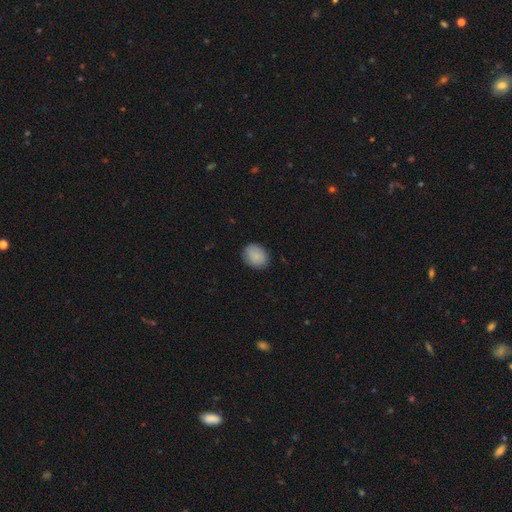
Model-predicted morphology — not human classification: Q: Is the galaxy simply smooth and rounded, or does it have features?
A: smooth — 87%.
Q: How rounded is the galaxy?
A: round — 50%.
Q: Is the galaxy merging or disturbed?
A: none — 86%.